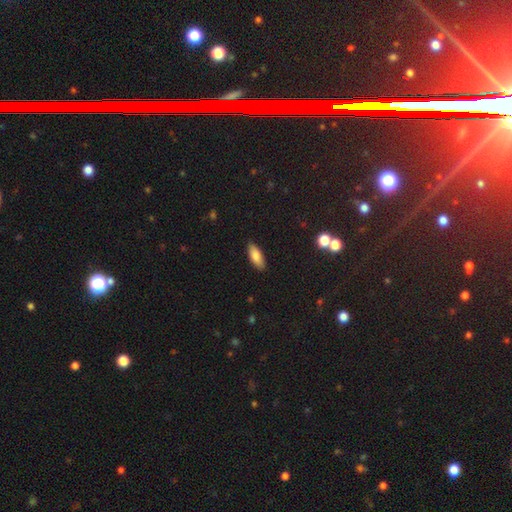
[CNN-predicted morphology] smooth 83%, featured or disk 10%, star or artifact 7%. Down the decision tree: how rounded — in between (80%); merging — none (88%).